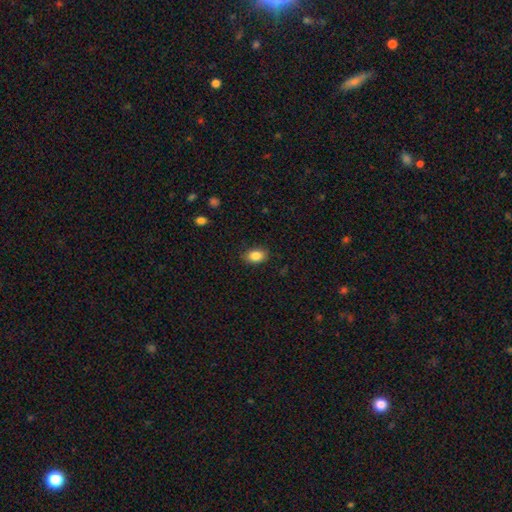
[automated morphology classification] This is clearly a smooth galaxy (86%). How rounded: clearly in between (83%). Merging: clearly none (86%).